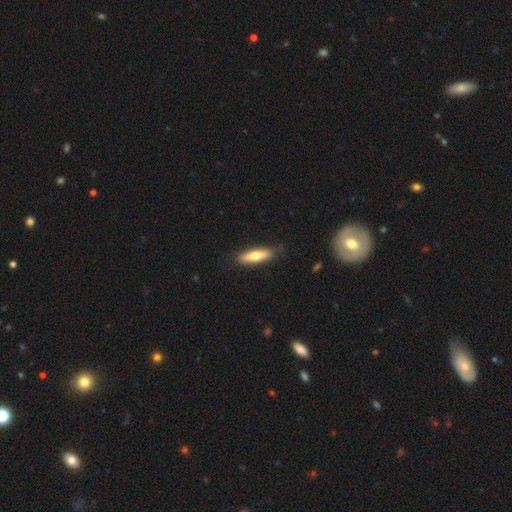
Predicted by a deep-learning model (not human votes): Overall: smooth (63%; featured or disk 31%). How rounded: cigar-shaped (58%; in between 40%). Merging: none (82%).